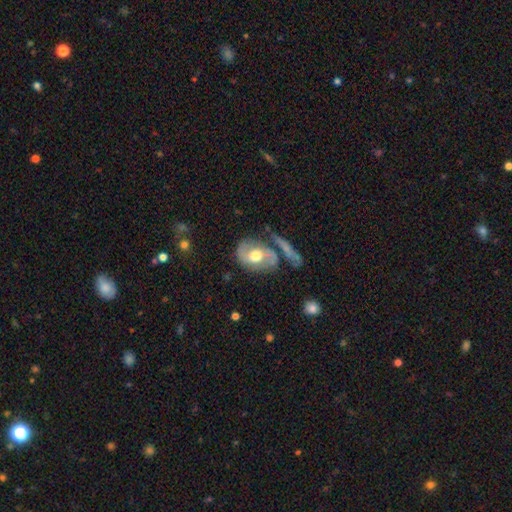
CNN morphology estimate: Smooth or featured: featured or disk — 55% (smooth — 38%)
Edge-on disk: no — 92% (yes — 8%)
Bar: no — 60% (weak — 30%)
Spiral arms: yes — 67% (no — 33%)
Bulge size: moderate — 66% (large — 25%)
Merging: none — 49% (minor disturbance — 22%)